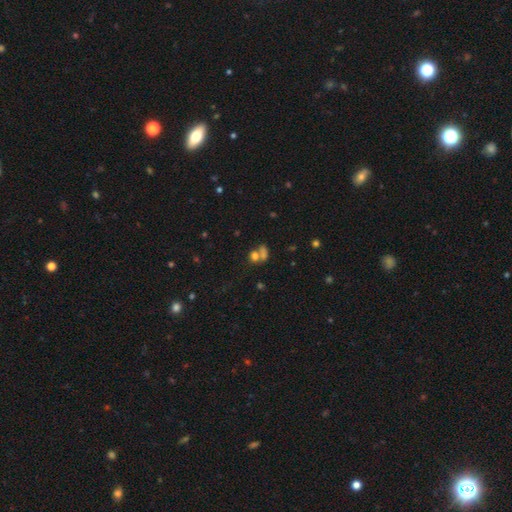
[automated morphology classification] type=smooth (70%); roundness=round (51%); merging=merger (48%).